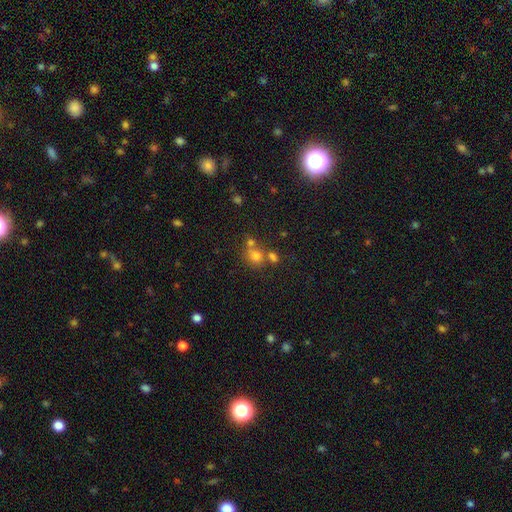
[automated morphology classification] A smooth galaxy with no disk features (69%) that is round (78%).

Vote fractions:
- Smooth or featured? smooth: 69% / star or artifact: 20% / featured or disk: 11%
- How rounded? round: 78% / in between: 21% / cigar-shaped: 1%
- Merging? none: 50% / merger: 35% / minor disturbance: 10% / major disturbance: 5%